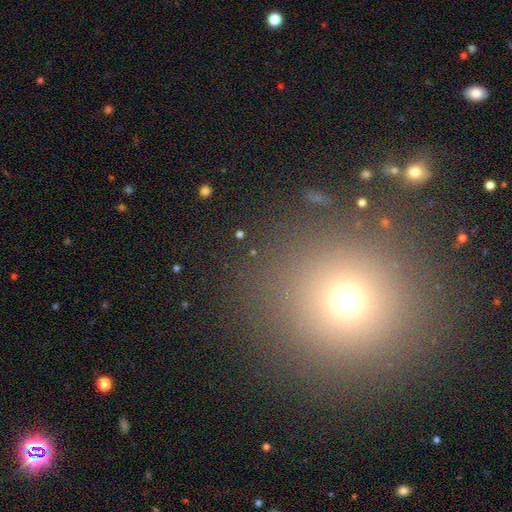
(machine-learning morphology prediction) type=smooth (57%); roundness=round (92%); merging=none (86%).